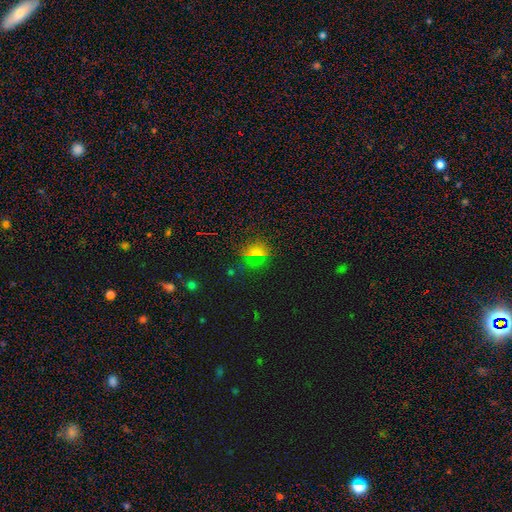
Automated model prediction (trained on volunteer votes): A smooth galaxy with no disk features (50%). Merging: none (84%).